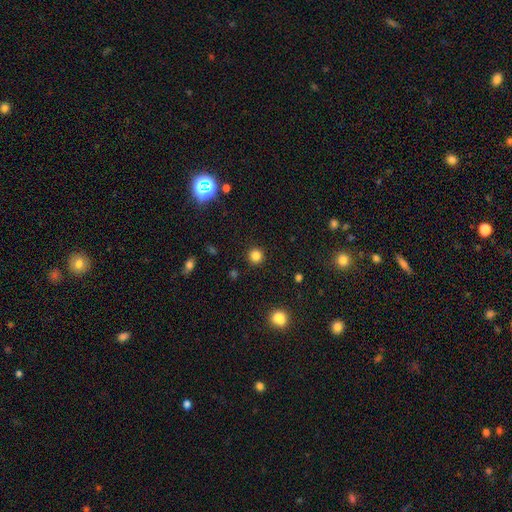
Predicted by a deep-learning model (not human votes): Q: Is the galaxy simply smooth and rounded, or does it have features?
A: smooth — 82%.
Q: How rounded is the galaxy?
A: round — 94%.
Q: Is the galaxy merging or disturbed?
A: none — 91%.